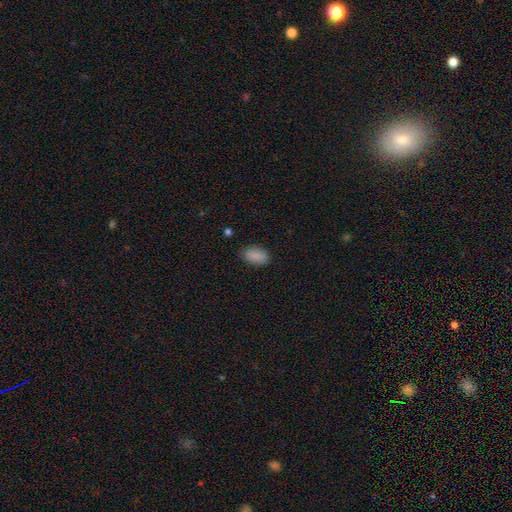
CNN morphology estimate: Overall: smooth (88%). How rounded: in between (92%). Merging: none (82%).